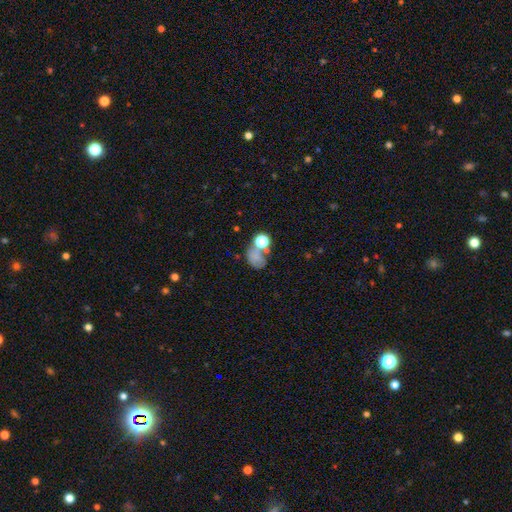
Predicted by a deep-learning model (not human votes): Smooth or featured?
  - smooth: 61% *
  - star or artifact: 23%
  - featured or disk: 16%
How rounded?
  - in between: 53% *
  - round: 45%
  - cigar-shaped: 1%
Merging?
  - none: 35% *
  - merger: 30%
  - major disturbance: 19%
  - minor disturbance: 16%